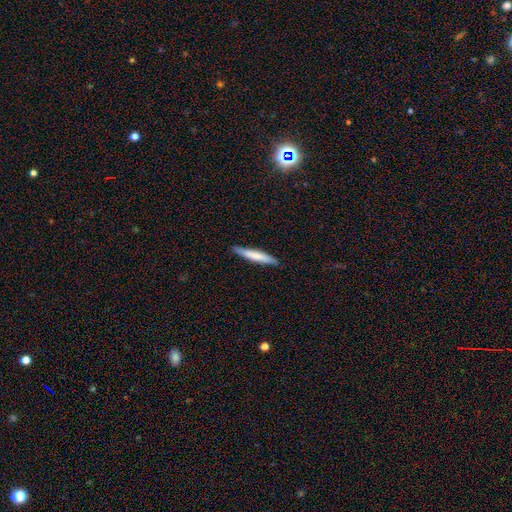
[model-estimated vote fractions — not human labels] This appears to be a smooth galaxy with no disk features (71%) that is cigar-shaped (93%). Merging: none (85%).